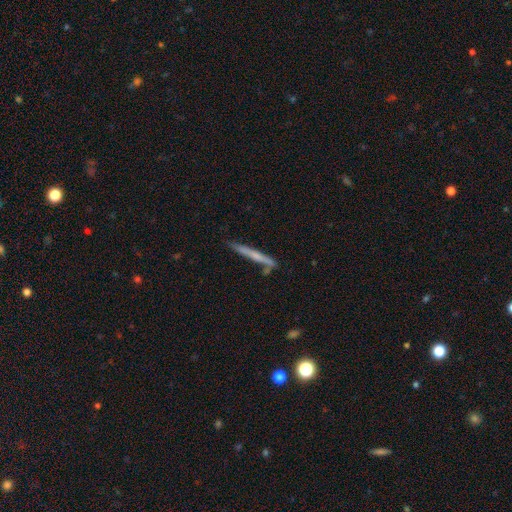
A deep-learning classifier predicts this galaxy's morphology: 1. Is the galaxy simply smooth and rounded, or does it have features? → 48% smooth, 46% featured or disk, 6% star or artifact.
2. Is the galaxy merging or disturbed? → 73% none, 18% minor disturbance, 6% merger, 4% major disturbance.